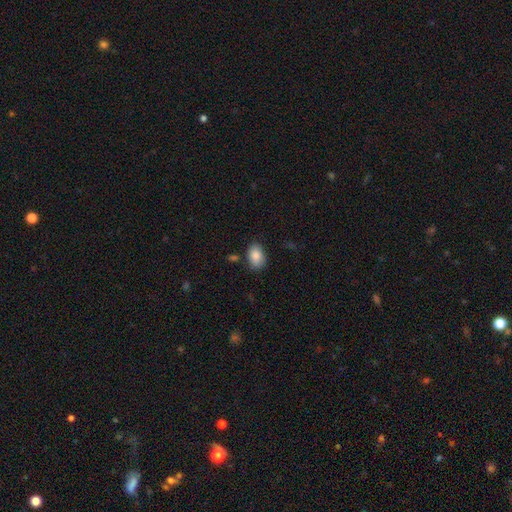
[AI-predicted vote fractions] Smooth or featured? Predicted: smooth (p=0.86). How rounded? Predicted: in between (p=0.86). Merging? Predicted: none (p=0.79).